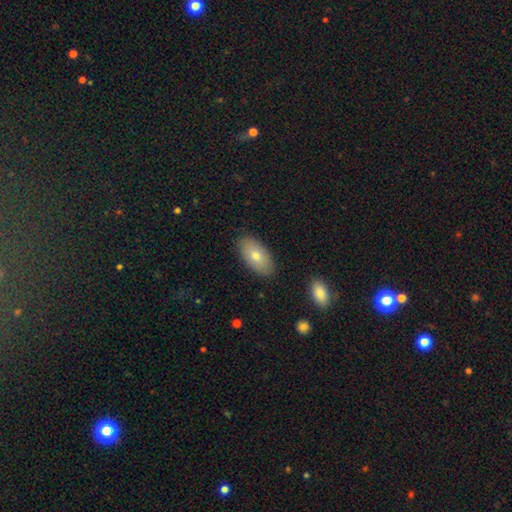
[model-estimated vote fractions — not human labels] Overall: smooth (75%). How rounded: in between (94%). Merging: none (87%).